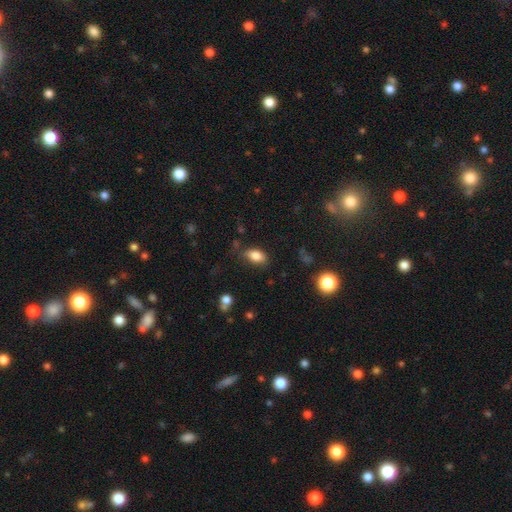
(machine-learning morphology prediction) smooth 84%, star or artifact 9%, featured or disk 8%. Down the decision tree: how rounded — in between (90%); merging — none (76%).